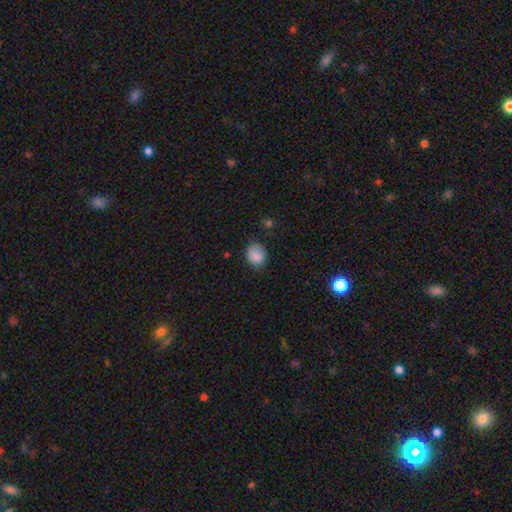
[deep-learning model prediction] Smooth or featured?
  - smooth: 85% *
  - star or artifact: 9%
  - featured or disk: 6%
How rounded?
  - round: 55% *
  - in between: 44%
  - cigar-shaped: 1%
Merging?
  - none: 72% *
  - minor disturbance: 22%
  - major disturbance: 5%
  - merger: 2%